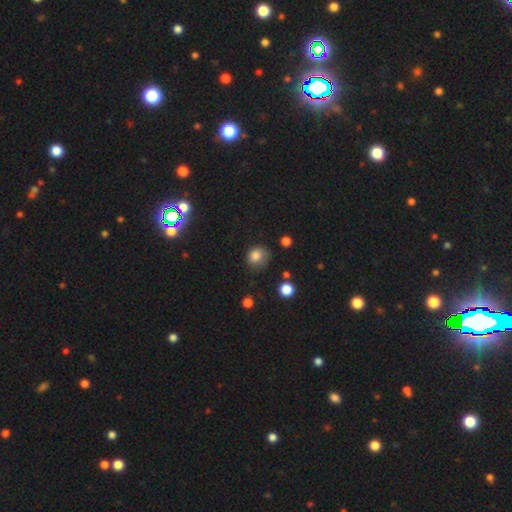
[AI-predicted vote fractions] This appears to be a smooth galaxy with no disk features (80%) that is round (69%). Merging: none (55%).